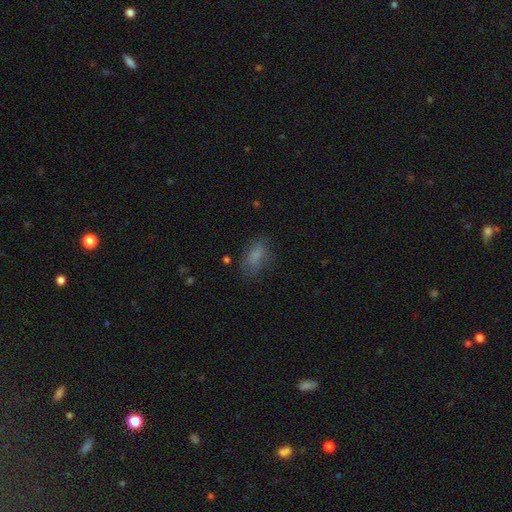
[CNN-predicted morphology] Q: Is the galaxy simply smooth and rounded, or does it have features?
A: smooth — 75%.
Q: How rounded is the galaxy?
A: in between — 84%.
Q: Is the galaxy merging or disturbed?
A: none — 60%.